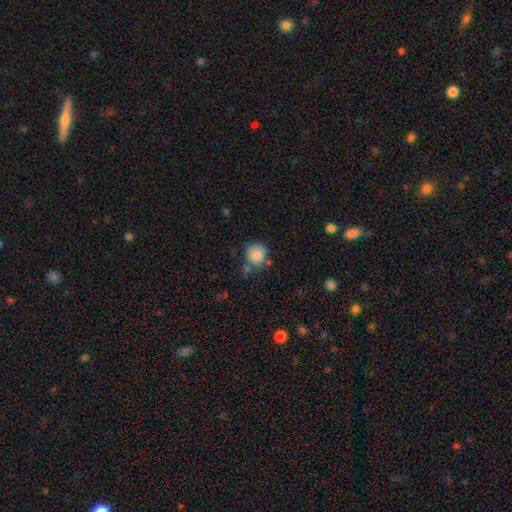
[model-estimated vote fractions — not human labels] The model was most divided on "merging": none: 66%, minor disturbance: 19%, merger: 10%, major disturbance: 5%. More confident: how rounded — round (88%); smooth or featured — smooth (86%).